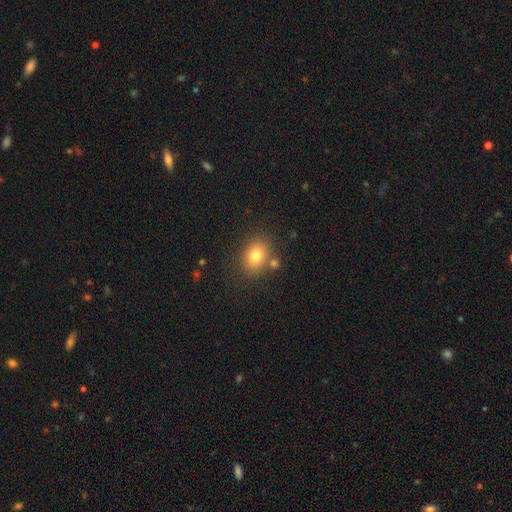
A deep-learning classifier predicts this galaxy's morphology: A smooth galaxy with no disk features (78%) that is in between round and cigar-shaped (58%). Merging: none (76%).